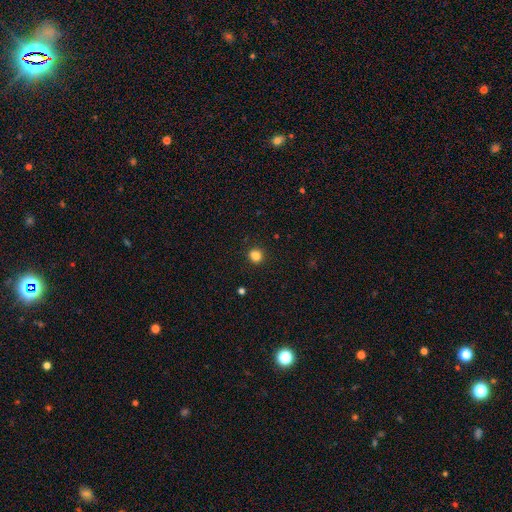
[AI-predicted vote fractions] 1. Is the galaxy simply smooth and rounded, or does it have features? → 83% smooth, 13% star or artifact, 4% featured or disk.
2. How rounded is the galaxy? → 89% round, 10% in between, 1% cigar-shaped.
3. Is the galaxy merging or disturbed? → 90% none, 7% minor disturbance, 2% major disturbance, 1% merger.